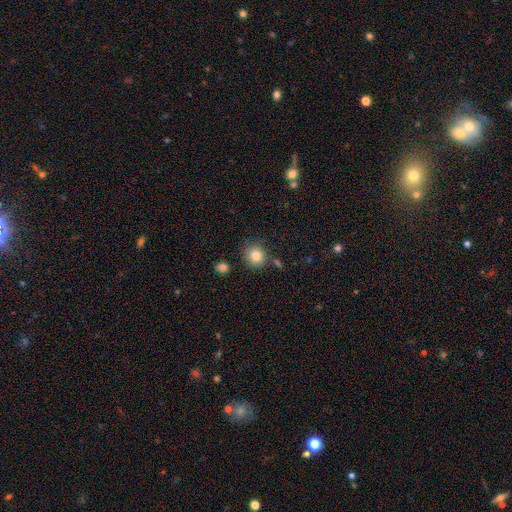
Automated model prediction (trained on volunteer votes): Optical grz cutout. It shows a smooth galaxy with no disk features (82%) that is round (86%). Merging: none (80%).